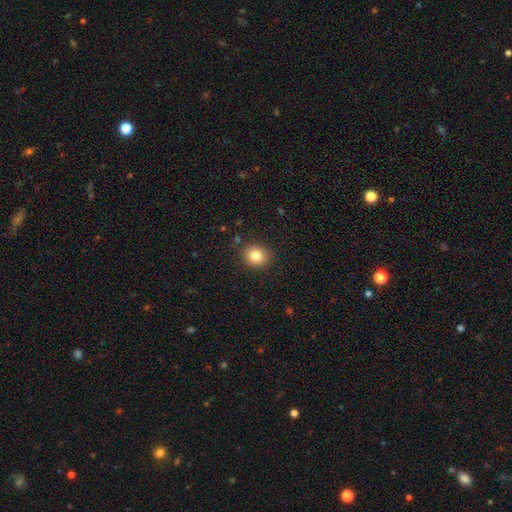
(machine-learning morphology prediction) Smooth or featured? smooth (84%)
How rounded? round (77%)
Merging? none (88%)